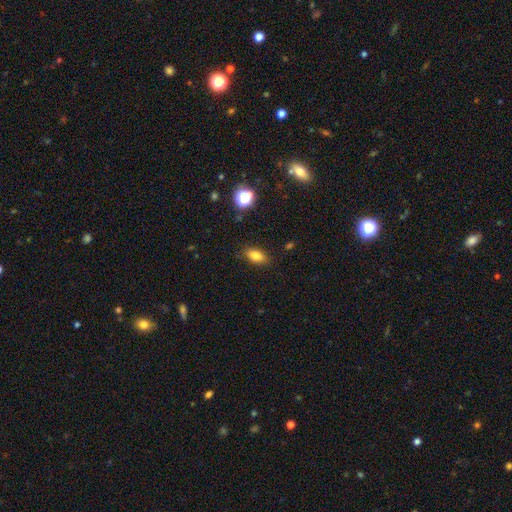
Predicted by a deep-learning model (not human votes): This appears to be a smooth galaxy with no disk features (80%) that is in between round and cigar-shaped (84%). Merging: none (85%).